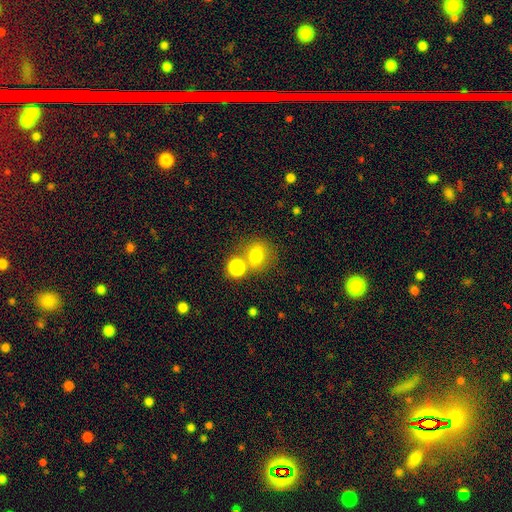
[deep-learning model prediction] This is likely a smooth galaxy (74%). How rounded: likely round (64%). Merging: possibly none (57%).